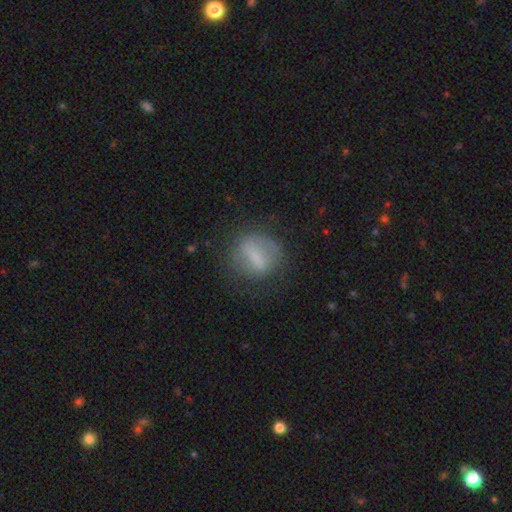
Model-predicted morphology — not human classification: Overall: smooth (51%; featured or disk 39%). How rounded: round (54%; in between 38%). Merging: none (68%).